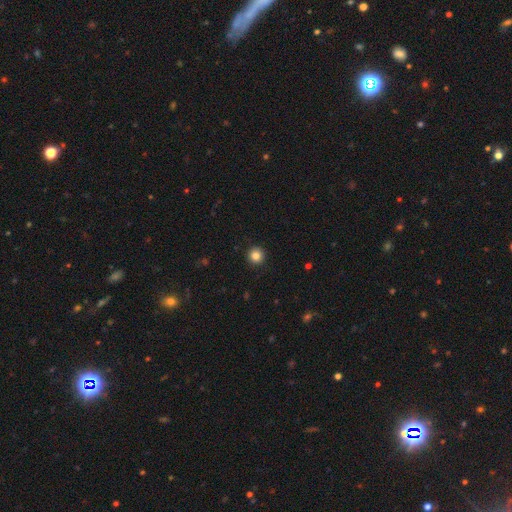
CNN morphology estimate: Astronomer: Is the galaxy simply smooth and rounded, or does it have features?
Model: smooth — 85%.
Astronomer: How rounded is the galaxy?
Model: round — 96%.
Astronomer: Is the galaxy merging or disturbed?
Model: none — 93%.